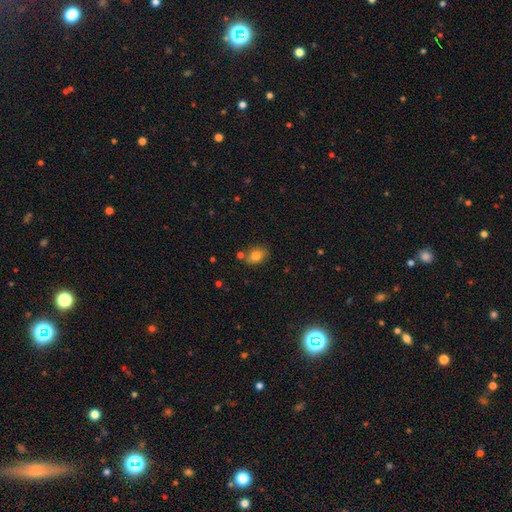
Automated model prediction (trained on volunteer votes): A smooth galaxy with no disk features (79%) that is in between round and cigar-shaped (67%). Merging: none (73%).